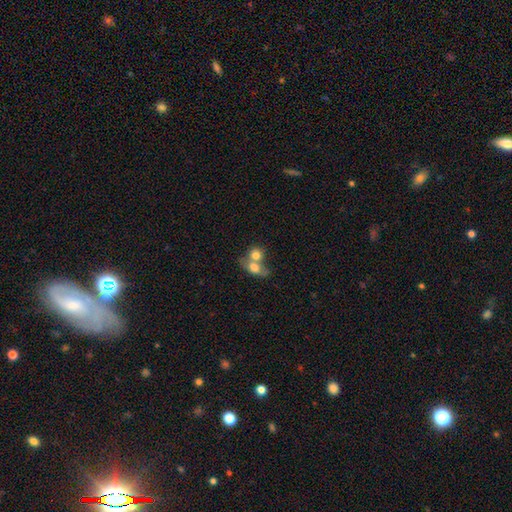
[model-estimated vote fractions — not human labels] This appears to be a smooth galaxy with no disk features (73%) that is round (55%). Merging: merger (69%).